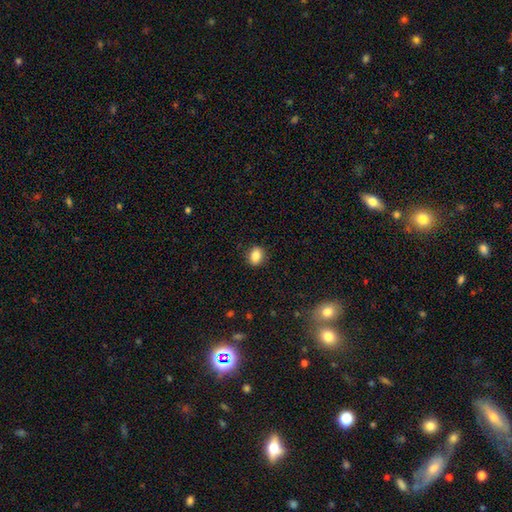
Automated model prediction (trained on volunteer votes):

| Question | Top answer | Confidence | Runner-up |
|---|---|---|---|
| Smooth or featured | smooth | 85% | star or artifact (9%) |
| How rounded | in between | 58% | round (40%) |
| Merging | none | 88% | minor disturbance (9%) |